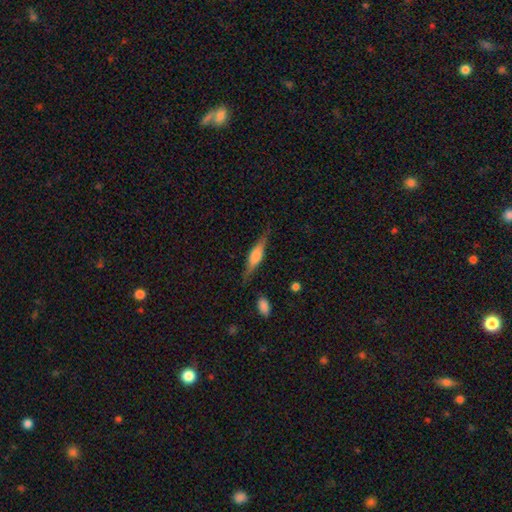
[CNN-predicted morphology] Smooth or featured? Predicted: featured or disk (p=0.54). Edge-on disk? Predicted: yes (p=0.94). Edge-on bulge? Predicted: rounded (p=0.69). Merging? Predicted: none (p=0.80).